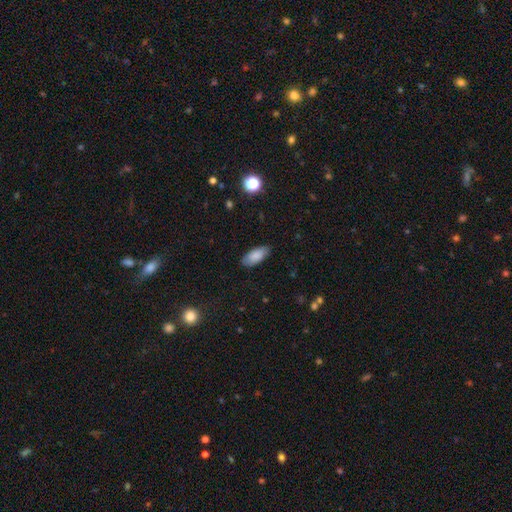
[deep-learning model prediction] smooth-or-featured: smooth: 84% | featured or disk: 9% | star or artifact: 7%
  how-rounded: in between: 89% | cigar-shaped: 9% | round: 2%
  merging: none: 83% | minor disturbance: 13% | major disturbance: 3% | merger: 1%